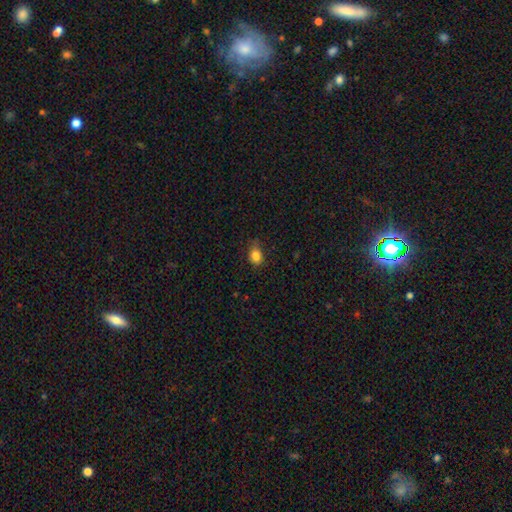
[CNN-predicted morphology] type=smooth (84%); roundness=in between (59%); merging=none (70%).